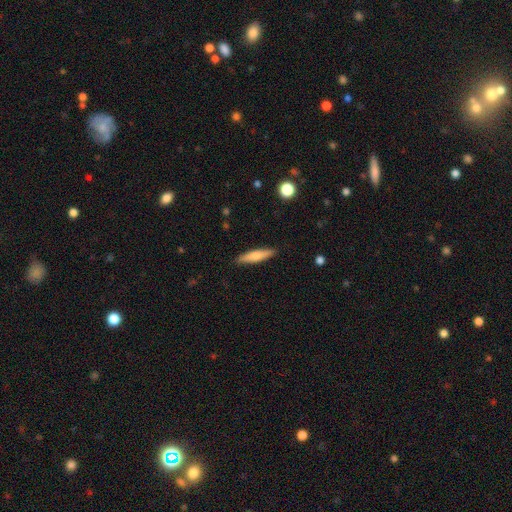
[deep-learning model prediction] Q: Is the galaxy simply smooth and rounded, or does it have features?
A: smooth — 69%.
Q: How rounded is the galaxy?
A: cigar-shaped — 82%.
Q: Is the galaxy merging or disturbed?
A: none — 89%.